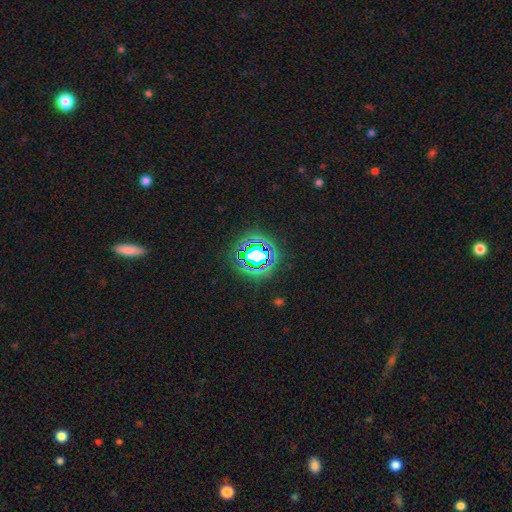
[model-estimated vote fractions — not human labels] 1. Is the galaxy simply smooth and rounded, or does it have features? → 64% star or artifact, 23% smooth, 13% featured or disk.